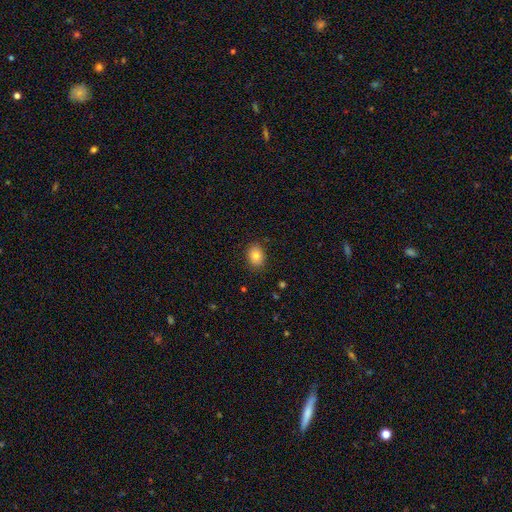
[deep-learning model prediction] Smooth or featured: smooth — 81% (featured or disk — 10%)
How rounded: in between — 61% (round — 38%)
Merging: none — 85% (minor disturbance — 12%)